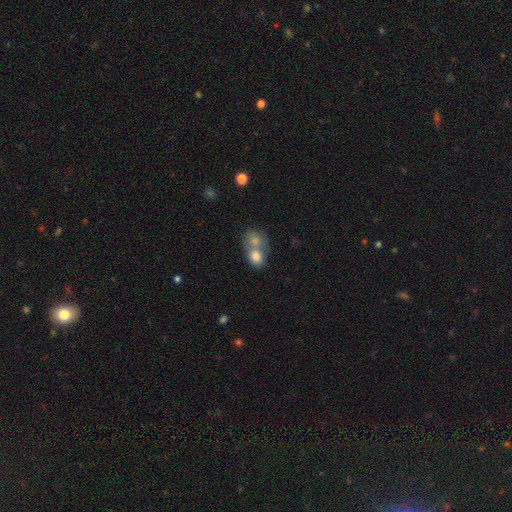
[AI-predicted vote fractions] Morphology: type=smooth (78%); roundness=in between (53%); merging=merger (71%).